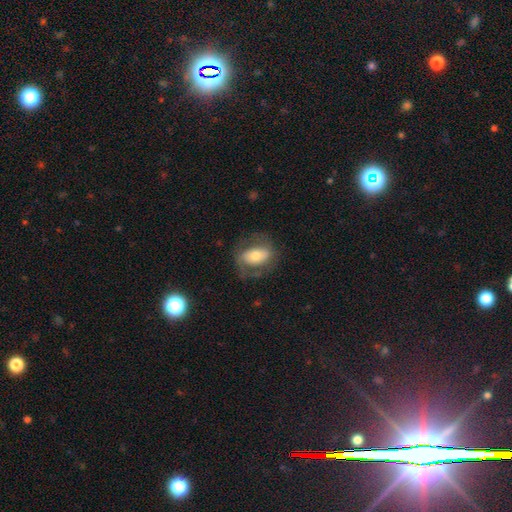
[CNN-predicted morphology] smooth 47%, featured or disk 46%, star or artifact 7%. Down the decision tree: merging — none (64%).